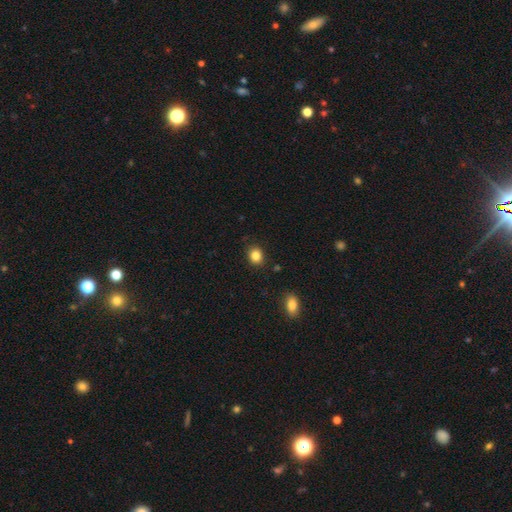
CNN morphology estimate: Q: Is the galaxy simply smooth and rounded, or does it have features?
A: smooth — 85%.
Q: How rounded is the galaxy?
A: round — 66%.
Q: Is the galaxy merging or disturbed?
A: none — 87%.